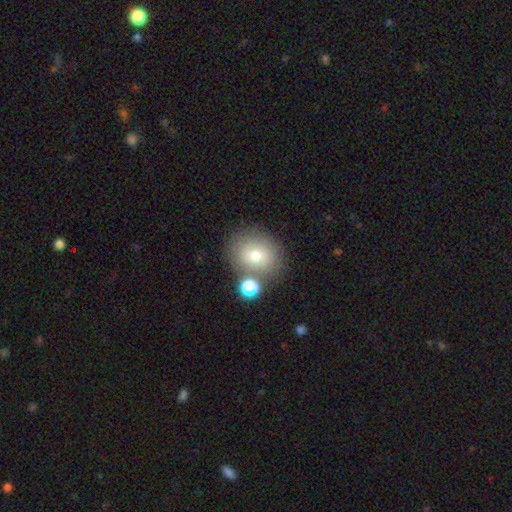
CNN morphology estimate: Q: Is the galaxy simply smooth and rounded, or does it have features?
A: smooth — 70%.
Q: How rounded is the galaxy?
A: round — 72%.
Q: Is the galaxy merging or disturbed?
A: none — 69%.